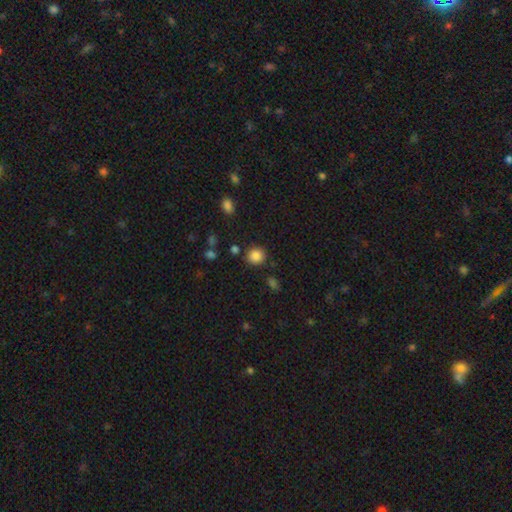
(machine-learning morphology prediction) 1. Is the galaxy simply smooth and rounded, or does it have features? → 86% smooth, 11% star or artifact, 4% featured or disk.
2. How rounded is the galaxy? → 85% round, 14% in between, 1% cigar-shaped.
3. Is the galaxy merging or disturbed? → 84% none, 9% minor disturbance, 4% merger, 3% major disturbance.